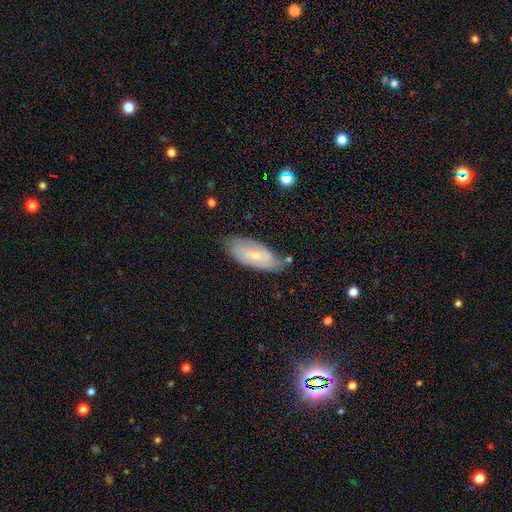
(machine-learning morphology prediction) Smooth or featured?
  - featured or disk: 56% *
  - smooth: 35%
  - star or artifact: 9%
Edge-on disk?
  - no: 85% *
  - yes: 15%
Merging?
  - none: 70% *
  - minor disturbance: 23%
  - major disturbance: 5%
  - merger: 3%